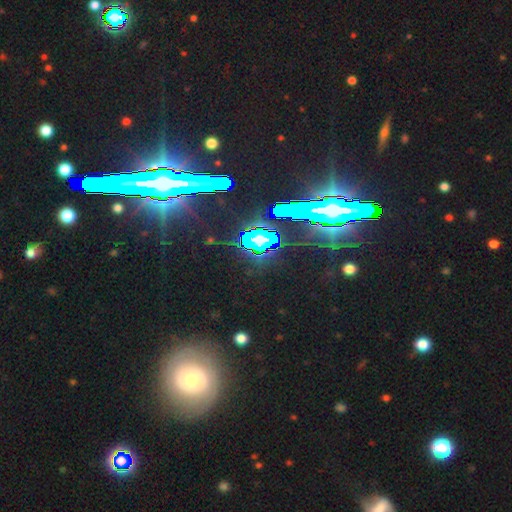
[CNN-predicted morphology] smooth_or_featured: star or artifact (p=0.70) [alt: featured or disk p=0.18]